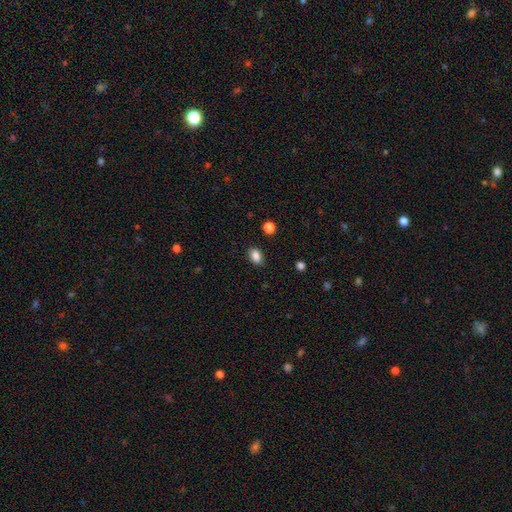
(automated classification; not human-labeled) Smooth or featured?
  - smooth: 86% *
  - star or artifact: 10%
  - featured or disk: 5%
How rounded?
  - in between: 82% *
  - round: 16%
  - cigar-shaped: 2%
Merging?
  - none: 87% *
  - minor disturbance: 10%
  - major disturbance: 2%
  - merger: 1%